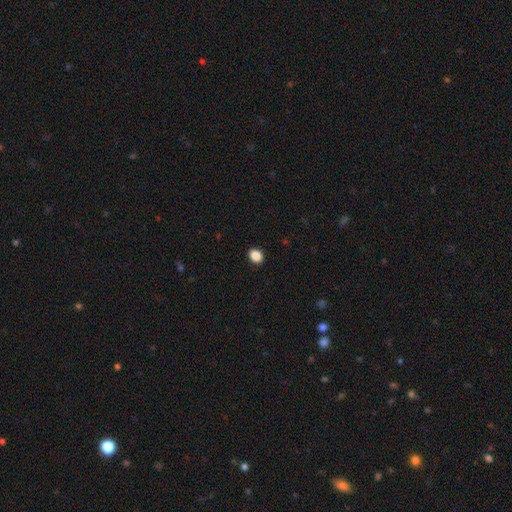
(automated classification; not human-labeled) This is clearly a smooth galaxy (88%). How rounded: possibly round (53%). Merging: clearly none (91%).